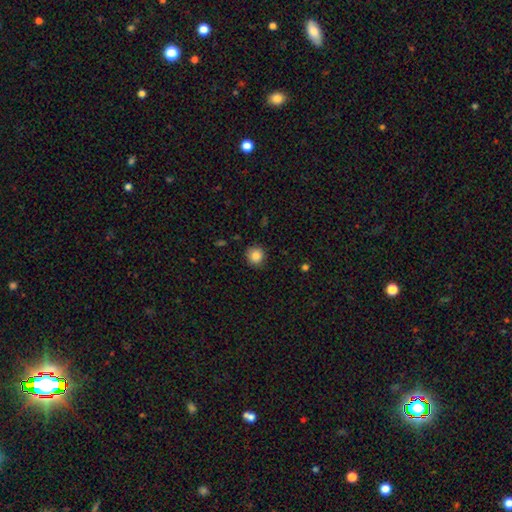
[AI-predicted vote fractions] Morphology: type=smooth (86%); roundness=round (92%); merging=none (88%).